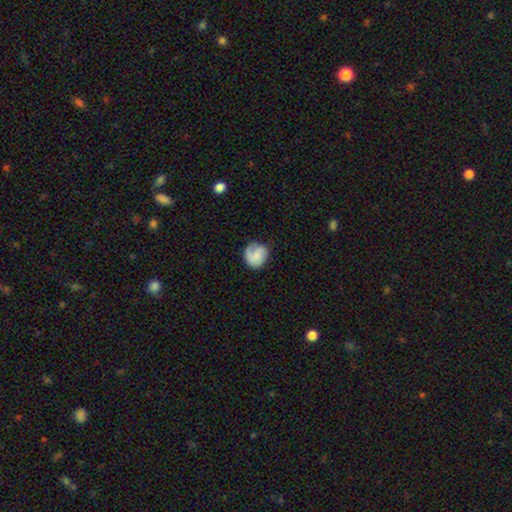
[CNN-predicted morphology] This is possibly a smooth galaxy (60%). How rounded: likely round (78%). Merging: likely none (62%).